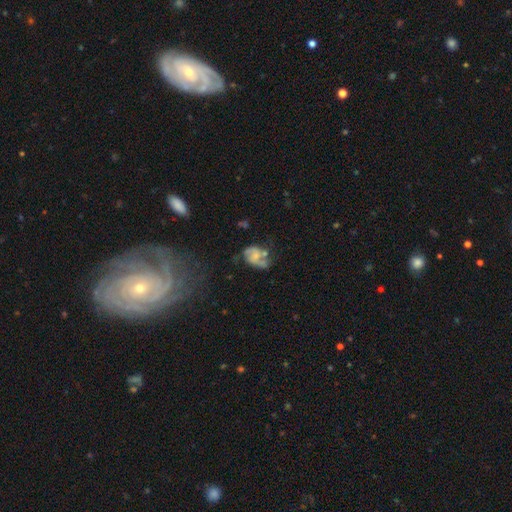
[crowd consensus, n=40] Morphology: type=featured or disk (72%); edge-on=no (100%); bar=no (66%); spiral arms=yes (69%); winding=medium (40%); arm count=2 (75%); bulge=small (48%); merging=none (47%).